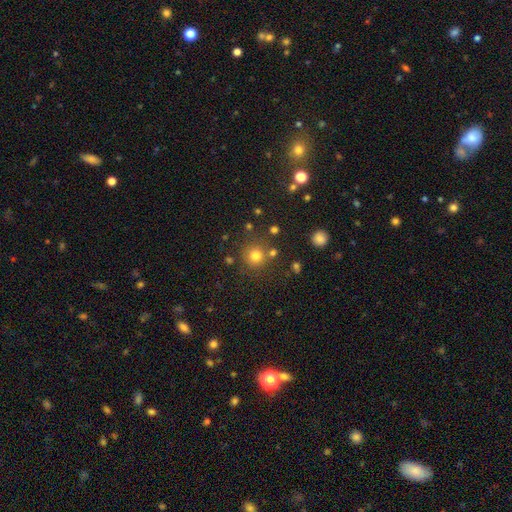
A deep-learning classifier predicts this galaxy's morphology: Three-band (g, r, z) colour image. It shows a smooth galaxy with no disk features (78%) that is round (93%). Merging: none (81%).